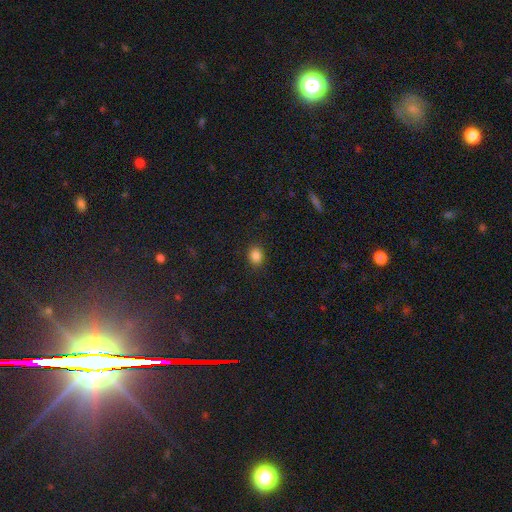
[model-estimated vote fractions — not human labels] smooth 85%, star or artifact 11%, featured or disk 4%. Down the decision tree: how rounded — round (53%); merging — none (89%).